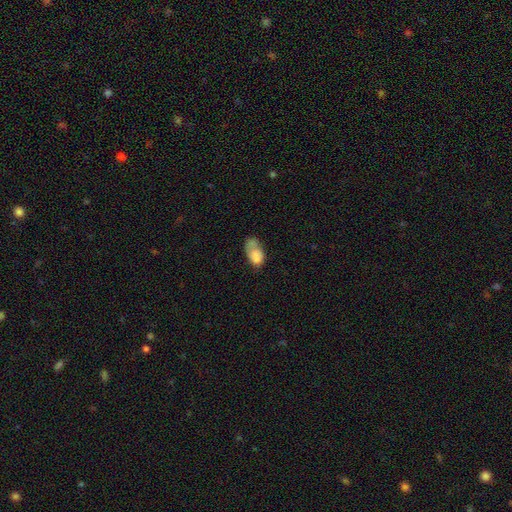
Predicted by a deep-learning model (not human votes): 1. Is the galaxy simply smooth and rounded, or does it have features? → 73% smooth, 18% featured or disk, 9% star or artifact.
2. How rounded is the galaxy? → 88% in between, 9% round, 2% cigar-shaped.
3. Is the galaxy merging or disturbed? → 27% none, 25% minor disturbance, 25% merger, 23% major disturbance.